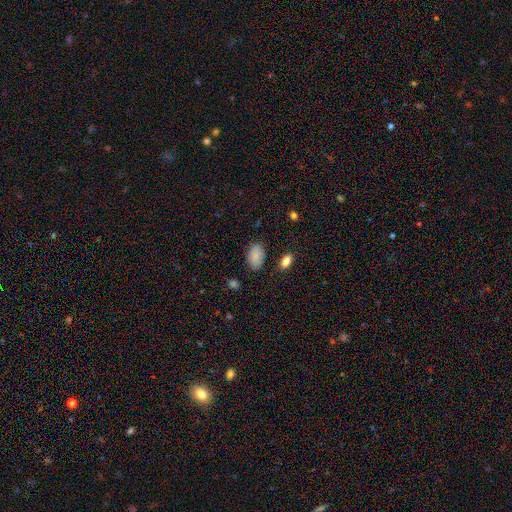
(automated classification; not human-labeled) smooth 87%, star or artifact 8%, featured or disk 5%. Down the decision tree: how rounded — in between (92%); merging — none (82%).